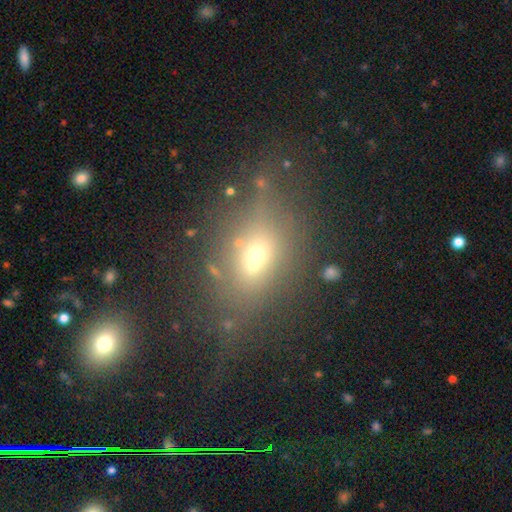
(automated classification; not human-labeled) Morphology: type=smooth (49%); merging=none (58%).